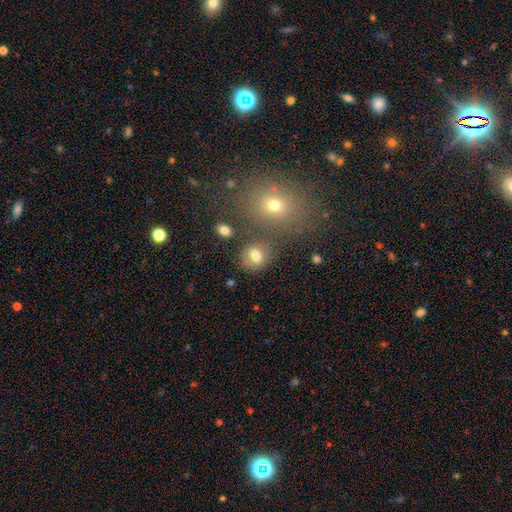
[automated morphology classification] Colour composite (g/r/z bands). It shows a smooth galaxy with no disk features (75%) that is round (65%). Merging: none (69%).